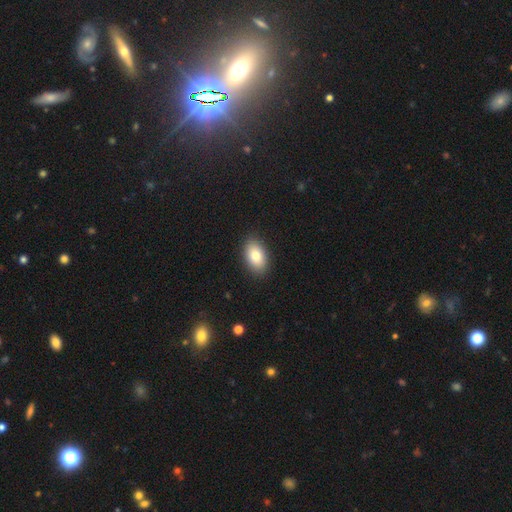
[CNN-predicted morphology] This appears to be a smooth galaxy with no disk features (81%) that is in between round and cigar-shaped (91%). Merging: none (89%).